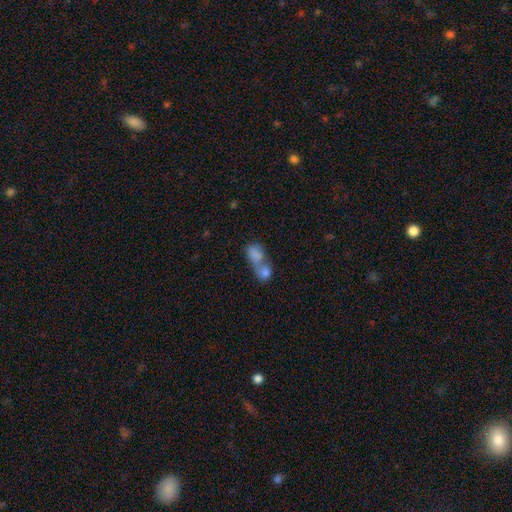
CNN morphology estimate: This appears to be a smooth galaxy with no disk features (79%) that is in between round and cigar-shaped (67%). Merging: merger (76%).